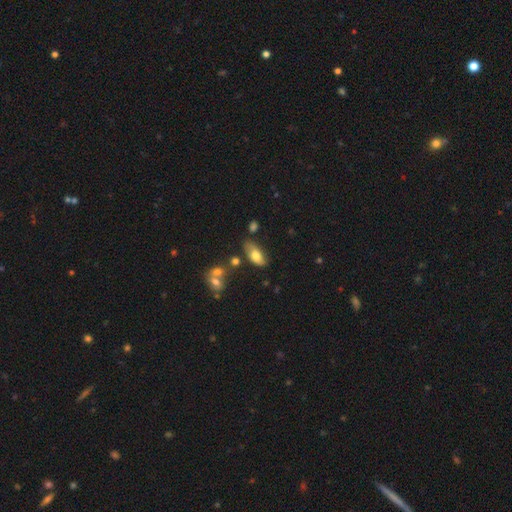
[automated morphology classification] Smooth or featured? smooth (73%)
How rounded? in between (89%)
Merging? none (56%)